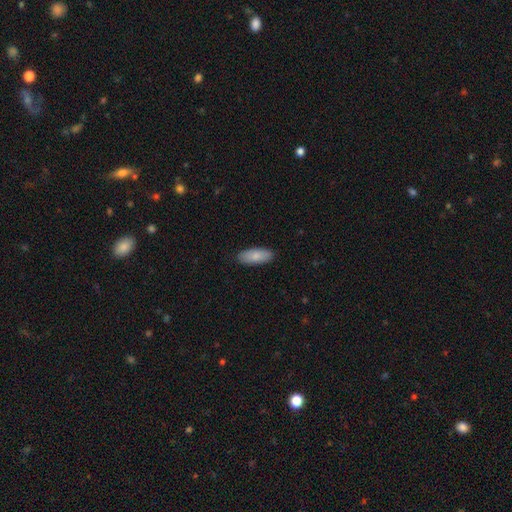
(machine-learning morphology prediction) Q: Smooth or featured?
A: smooth (84%); runner-up: featured or disk (11%)
Q: How rounded?
A: in between (85%); runner-up: cigar-shaped (13%)
Q: Merging?
A: none (88%); runner-up: minor disturbance (9%)